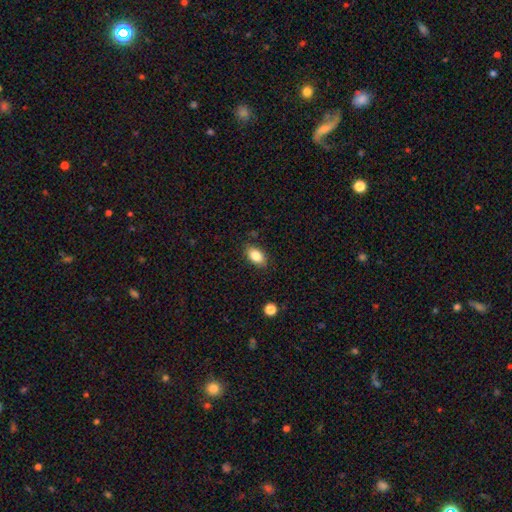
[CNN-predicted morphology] smooth-or-featured: smooth: 83% | featured or disk: 8% | star or artifact: 8%
  how-rounded: in between: 88% | round: 9% | cigar-shaped: 3%
  merging: none: 83% | minor disturbance: 13% | major disturbance: 3% | merger: 1%